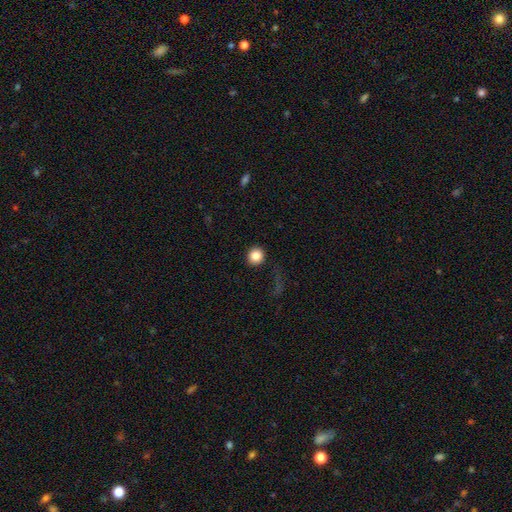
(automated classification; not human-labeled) Smooth or featured?
  - smooth: 85% *
  - star or artifact: 9%
  - featured or disk: 6%
How rounded?
  - round: 87% *
  - in between: 12%
  - cigar-shaped: 1%
Merging?
  - none: 88% *
  - minor disturbance: 7%
  - major disturbance: 4%
  - merger: 2%